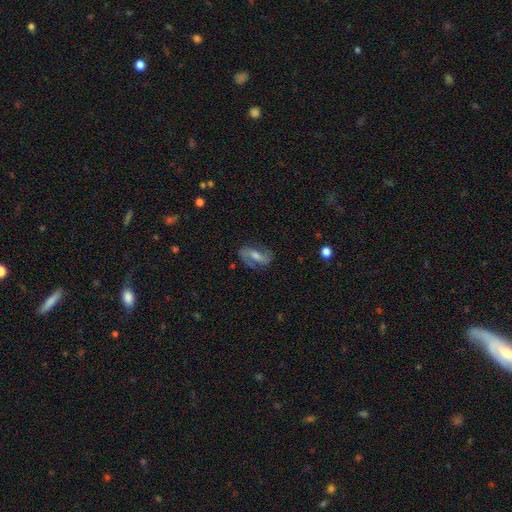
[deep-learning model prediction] featured or disk 74%, smooth 18%, star or artifact 7%. Down the decision tree: edge-on disk — no (93%); bar — weak (38%); spiral arms — yes (90%); spiral arm count — 2 (87%); spiral winding — medium (45%); bulge size — moderate (54%); merging — none (74%).